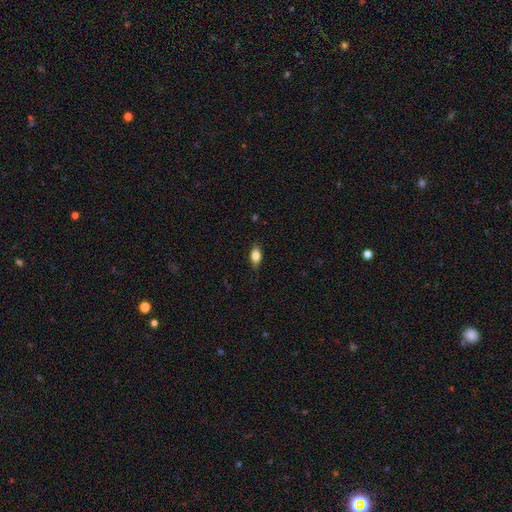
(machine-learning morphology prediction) Q: Smooth or featured?
A: smooth (79%); runner-up: featured or disk (13%)
Q: How rounded?
A: in between (85%); runner-up: cigar-shaped (9%)
Q: Merging?
A: none (84%); runner-up: minor disturbance (13%)